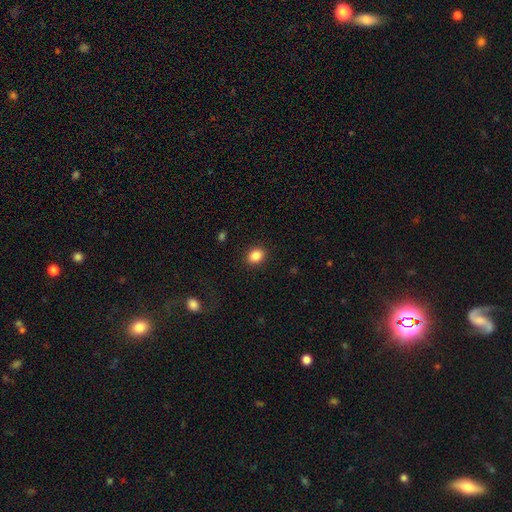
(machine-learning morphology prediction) Smooth or featured?
  - smooth: 87% *
  - star or artifact: 9%
  - featured or disk: 4%
How rounded?
  - in between: 51% *
  - round: 48%
  - cigar-shaped: 1%
Merging?
  - none: 89% *
  - minor disturbance: 7%
  - major disturbance: 3%
  - merger: 1%